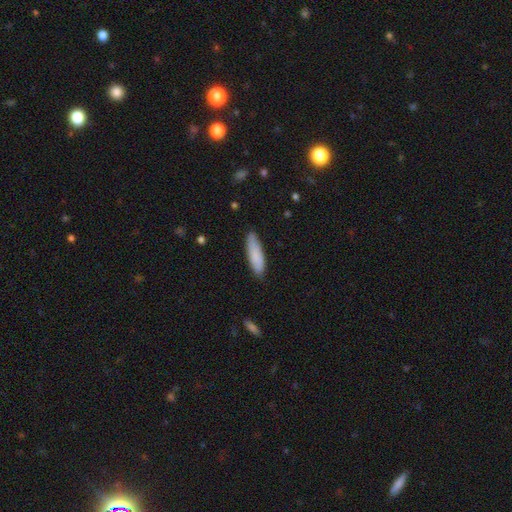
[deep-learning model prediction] Smooth or featured?
  - smooth: 85% *
  - featured or disk: 10%
  - star or artifact: 6%
How rounded?
  - cigar-shaped: 59% *
  - in between: 40%
  - round: 1%
Merging?
  - none: 84% *
  - minor disturbance: 13%
  - major disturbance: 2%
  - merger: 1%